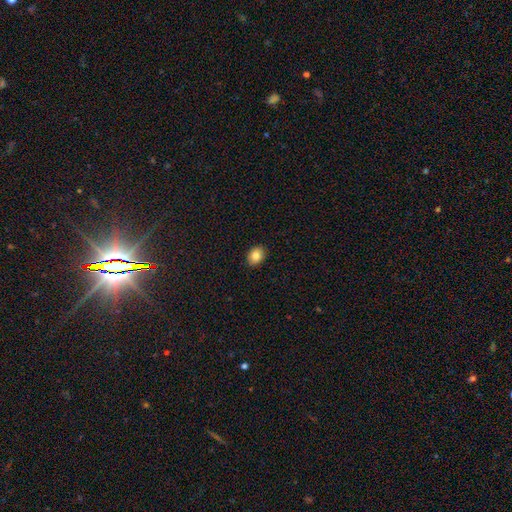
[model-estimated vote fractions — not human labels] This appears to be a smooth galaxy with no disk features (84%) that is in between round and cigar-shaped (63%). Merging: none (90%).